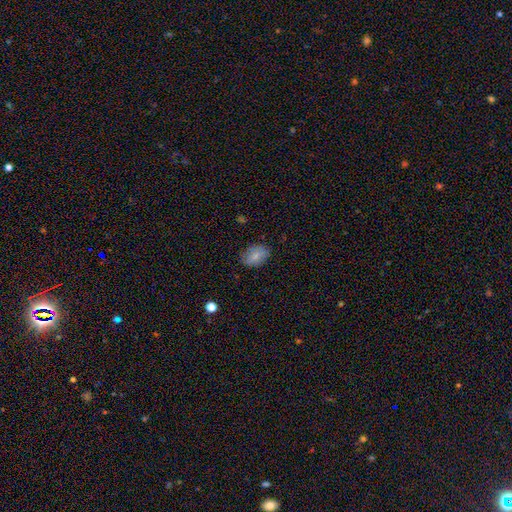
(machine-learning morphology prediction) This appears to be a smooth galaxy with no disk features (78%) that is in between round and cigar-shaped (82%). Merging: none (81%).